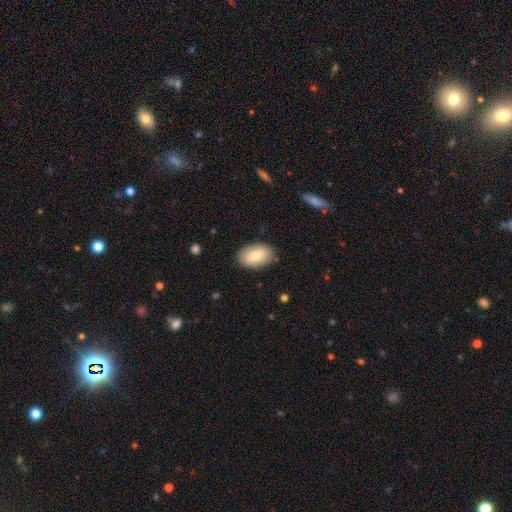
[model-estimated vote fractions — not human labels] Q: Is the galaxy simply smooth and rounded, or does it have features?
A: smooth — 81%.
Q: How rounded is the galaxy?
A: in between — 92%.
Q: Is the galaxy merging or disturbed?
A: none — 86%.